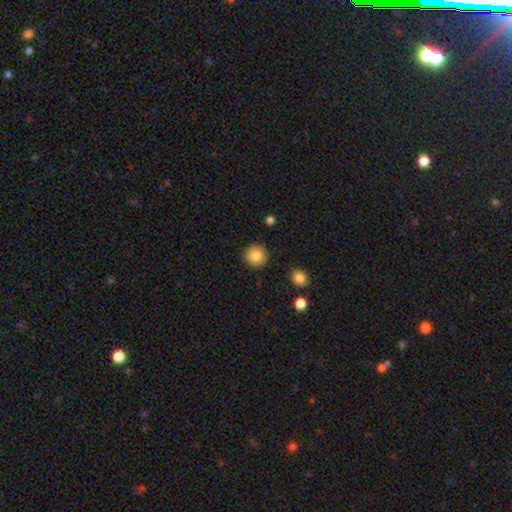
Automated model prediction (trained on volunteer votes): The model was most divided on "smooth or featured": smooth: 84%, star or artifact: 9%, featured or disk: 7%. More confident: how rounded — round (92%); merging — none (90%).